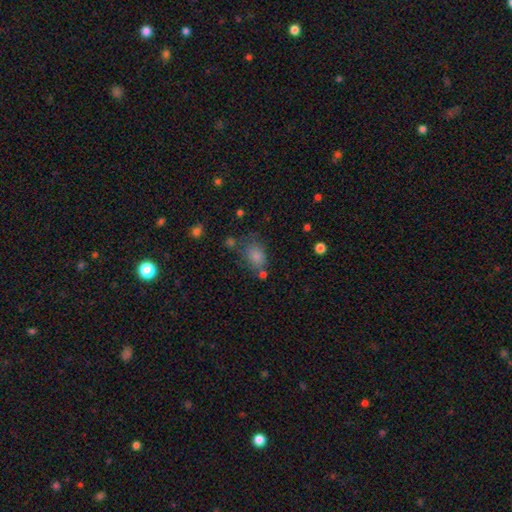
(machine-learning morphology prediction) smooth_or_featured: smooth (p=0.79) [alt: star or artifact p=0.11]
how_rounded: in between (p=0.71) [alt: round p=0.28]
merging: none (p=0.56) [alt: minor disturbance p=0.21]